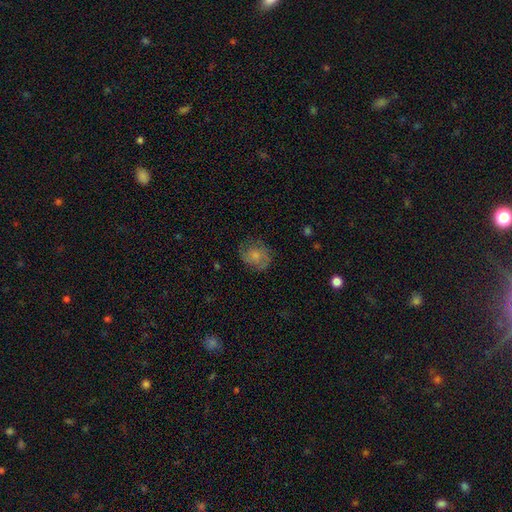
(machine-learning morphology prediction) This is likely a smooth galaxy (62%). How rounded: likely round (63%). Merging: likely none (67%).